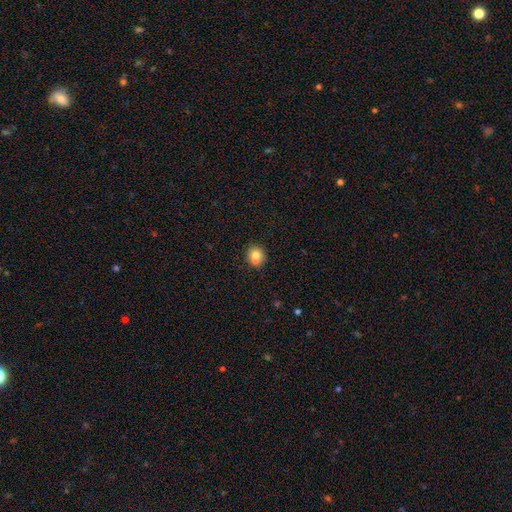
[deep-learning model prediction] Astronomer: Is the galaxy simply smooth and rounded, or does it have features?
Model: smooth — 74%.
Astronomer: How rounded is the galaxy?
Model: round — 82%.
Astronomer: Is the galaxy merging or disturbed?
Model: none — 56% (runner-up: merger, 32%).